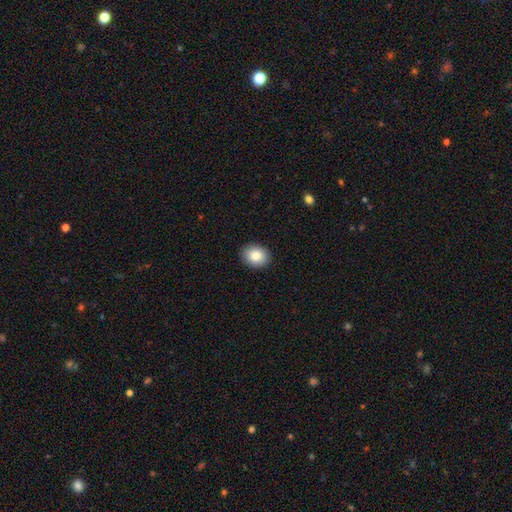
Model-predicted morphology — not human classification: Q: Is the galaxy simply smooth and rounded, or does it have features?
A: smooth — 86%.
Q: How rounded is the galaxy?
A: in between — 61%.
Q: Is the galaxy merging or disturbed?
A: none — 91%.